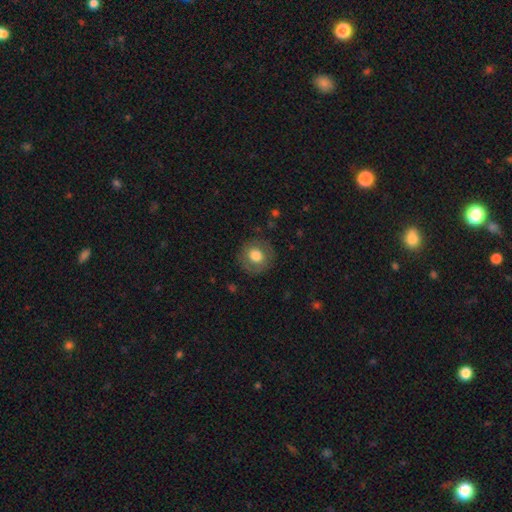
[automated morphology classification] A smooth galaxy with no disk features (73%) that is round (90%).

Vote fractions:
- Smooth or featured? smooth: 73% / featured or disk: 18% / star or artifact: 9%
- How rounded? round: 90% / in between: 9% / cigar-shaped: 1%
- Merging? none: 85% / minor disturbance: 10% / major disturbance: 4% / merger: 1%